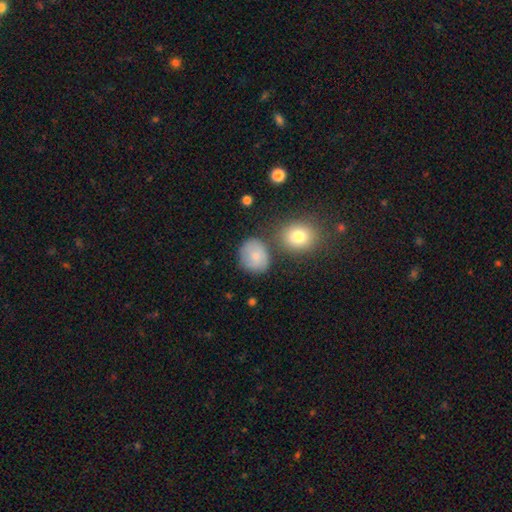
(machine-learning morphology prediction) Q: Smooth or featured?
A: smooth (73%); runner-up: featured or disk (18%)
Q: How rounded?
A: round (68%); runner-up: in between (31%)
Q: Merging?
A: none (68%); runner-up: minor disturbance (18%)